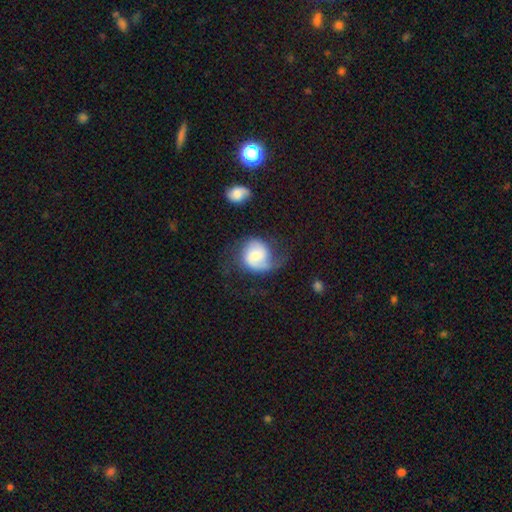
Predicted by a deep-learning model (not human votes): Morphology: type=featured or disk (63%); edge-on=no (98%); bar=no (54%); spiral arms=yes (92%); winding=medium (42%); arm count=2 (60%); bulge=moderate (43%); merging=none (52%).